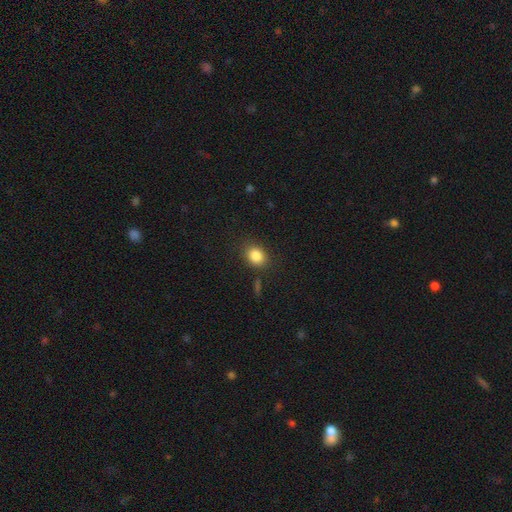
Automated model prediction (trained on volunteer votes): Smooth or featured: smooth — 85% (star or artifact — 9%)
How rounded: in between — 54% (round — 45%)
Merging: none — 82% (minor disturbance — 12%)